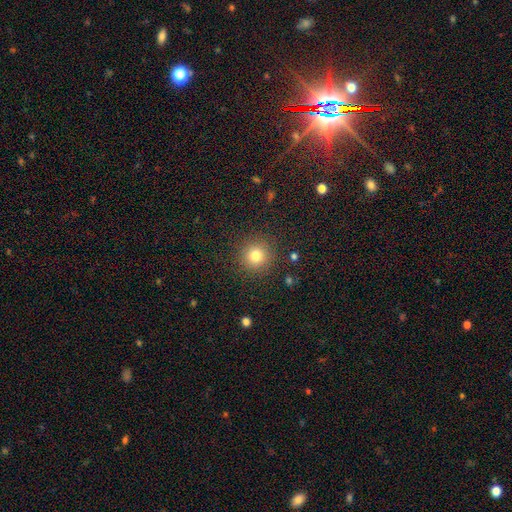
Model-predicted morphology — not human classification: Overall: smooth (79%). How rounded: round (95%). Merging: none (90%).